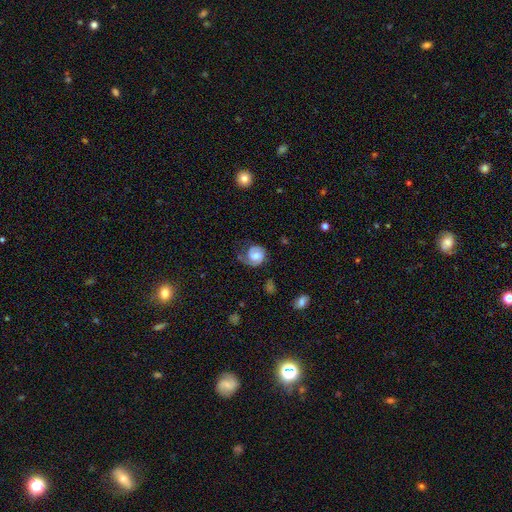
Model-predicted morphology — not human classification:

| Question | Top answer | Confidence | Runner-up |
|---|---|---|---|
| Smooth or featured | featured or disk | 63% | smooth (30%) |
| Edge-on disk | no | 98% | yes (2%) |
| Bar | no | 54% | weak (37%) |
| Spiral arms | yes | 90% | no (10%) |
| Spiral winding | tight | 47% | medium (37%) |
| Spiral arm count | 2 | 48% | 1 (39%) |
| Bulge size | moderate | 56% | small (26%) |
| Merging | none | 54% | minor disturbance (25%) |